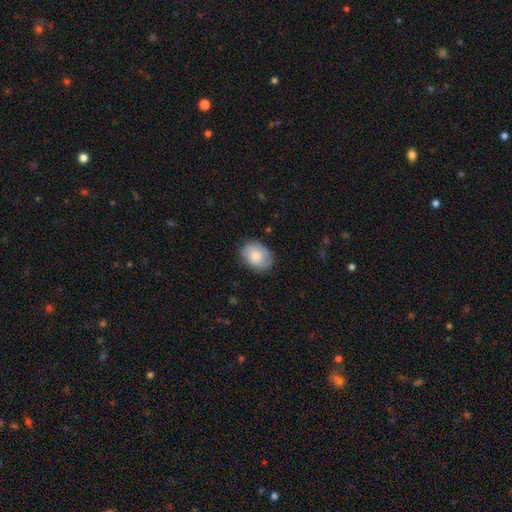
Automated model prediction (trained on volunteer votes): smooth 73%, featured or disk 20%, star or artifact 7%. Down the decision tree: how rounded — in between (69%); merging — none (77%).